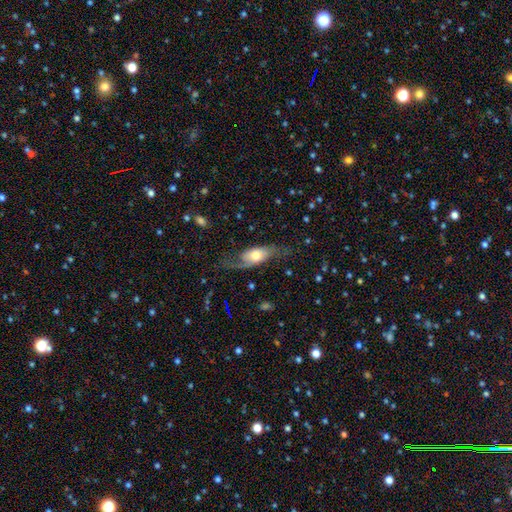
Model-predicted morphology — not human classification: Smooth or featured? featured or disk (59%)
Edge-on disk? no (80%)
Merging? none (51%)